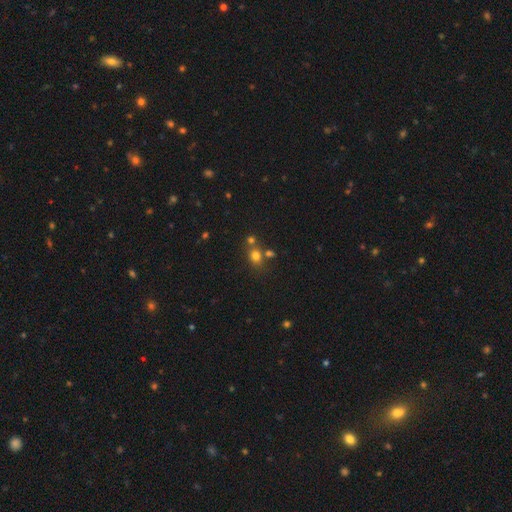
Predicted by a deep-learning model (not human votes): Q: Smooth or featured?
A: smooth (74%); runner-up: star or artifact (17%)
Q: How rounded?
A: round (64%); runner-up: in between (34%)
Q: Merging?
A: none (59%); runner-up: merger (25%)